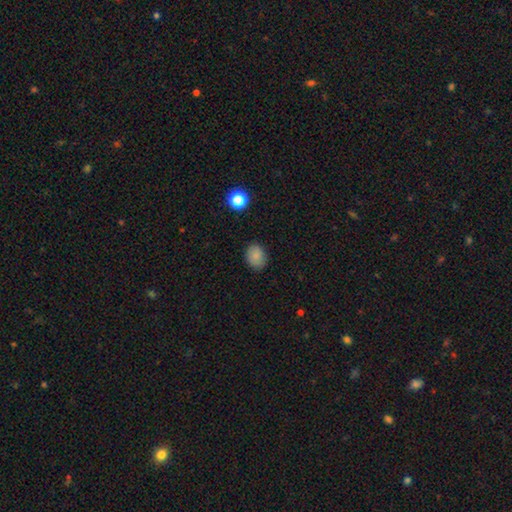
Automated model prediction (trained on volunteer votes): This is clearly a smooth galaxy (85%). How rounded: possibly in between (57%). Merging: clearly none (86%).